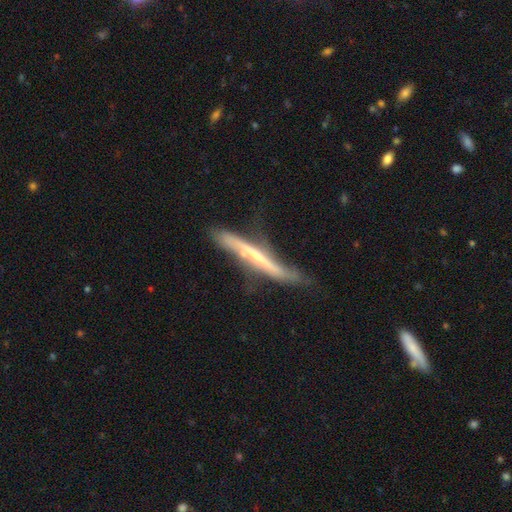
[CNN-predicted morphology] The model was most divided on "edge-on bulge" (2-way tie): rounded: 45%, none: 45%, boxy: 10%. More confident: edge-on disk — yes (87%); smooth or featured — featured or disk (69%); merging — none (60%).